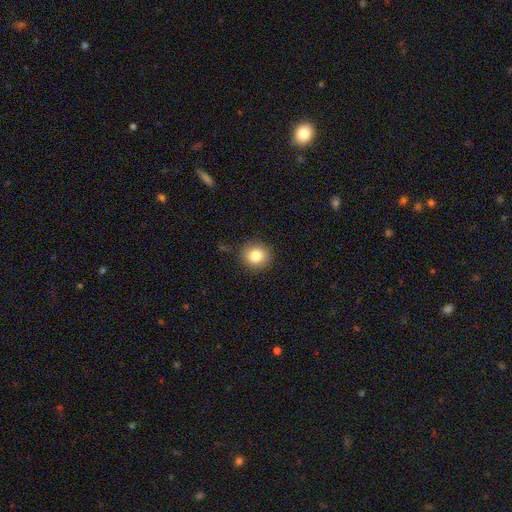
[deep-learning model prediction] smooth_or_featured: smooth (p=0.83) [alt: star or artifact p=0.10]
how_rounded: round (p=0.89) [alt: in between p=0.10]
merging: none (p=0.88) [alt: minor disturbance p=0.08]